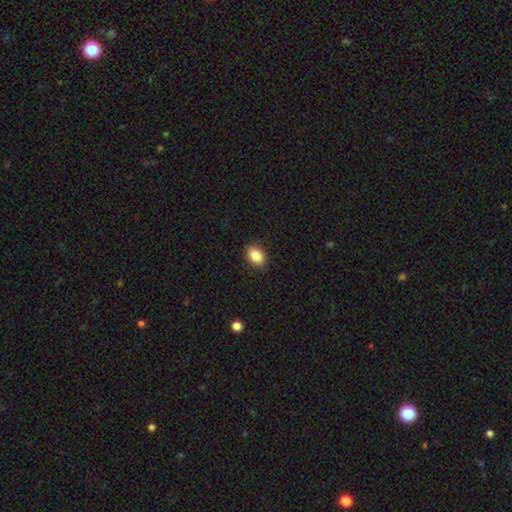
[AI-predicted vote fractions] Q: Smooth or featured?
A: smooth (86%); runner-up: star or artifact (8%)
Q: How rounded?
A: in between (77%); runner-up: round (22%)
Q: Merging?
A: none (89%); runner-up: minor disturbance (8%)